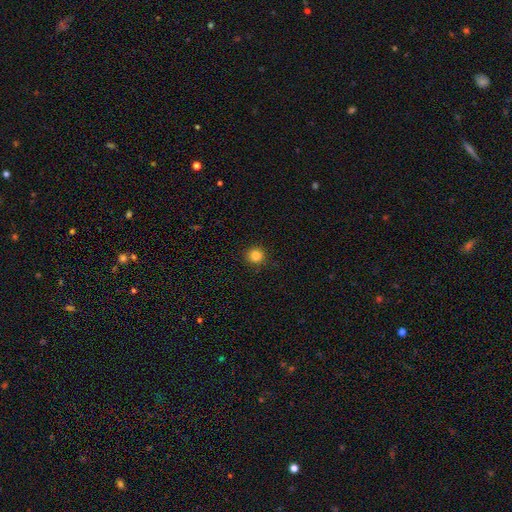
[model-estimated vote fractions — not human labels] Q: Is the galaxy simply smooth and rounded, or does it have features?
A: smooth — 83%.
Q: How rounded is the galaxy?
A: round — 94%.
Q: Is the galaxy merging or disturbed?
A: none — 92%.